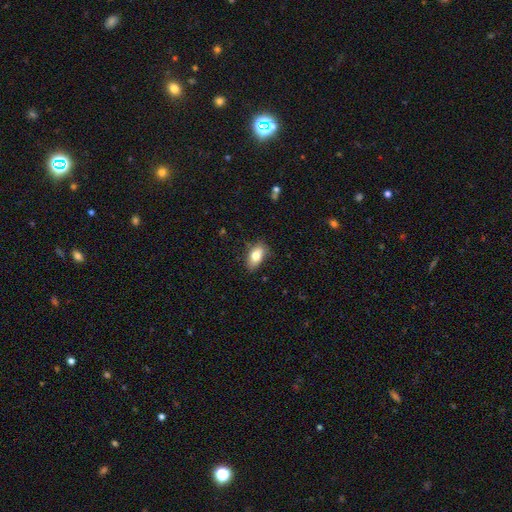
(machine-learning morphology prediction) This is likely a smooth galaxy (79%). How rounded: clearly in between (90%). Merging: likely none (74%).